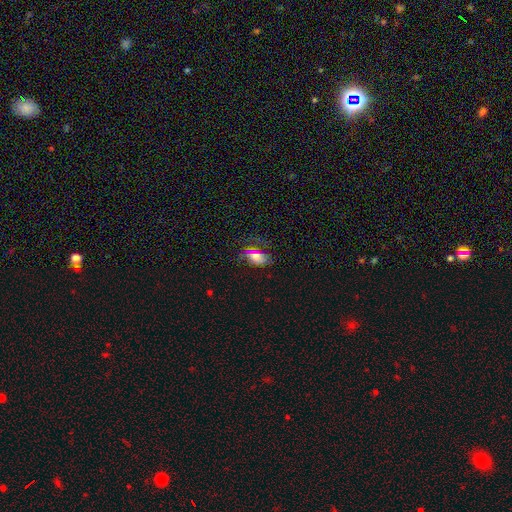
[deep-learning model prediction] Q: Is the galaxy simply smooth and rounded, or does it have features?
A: smooth — 63%.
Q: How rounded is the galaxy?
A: in between — 85%.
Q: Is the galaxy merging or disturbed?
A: none — 58%.